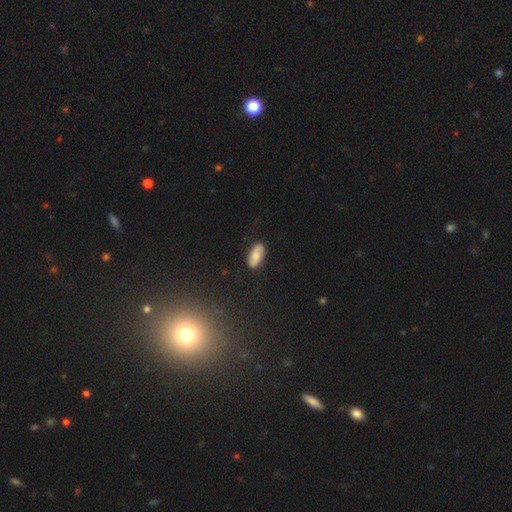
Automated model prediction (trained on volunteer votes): This is likely a smooth galaxy (64%). How rounded: clearly in between (91%). Merging: clearly none (82%).